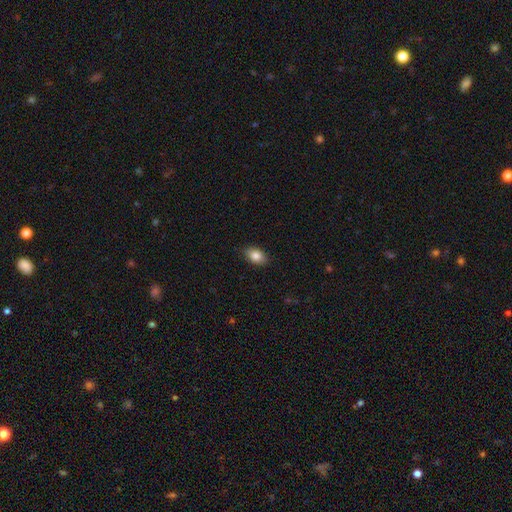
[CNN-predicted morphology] Smooth or featured?
  - smooth: 85% *
  - star or artifact: 8%
  - featured or disk: 8%
How rounded?
  - in between: 88% *
  - round: 11%
  - cigar-shaped: 1%
Merging?
  - none: 88% *
  - minor disturbance: 9%
  - major disturbance: 2%
  - merger: 1%